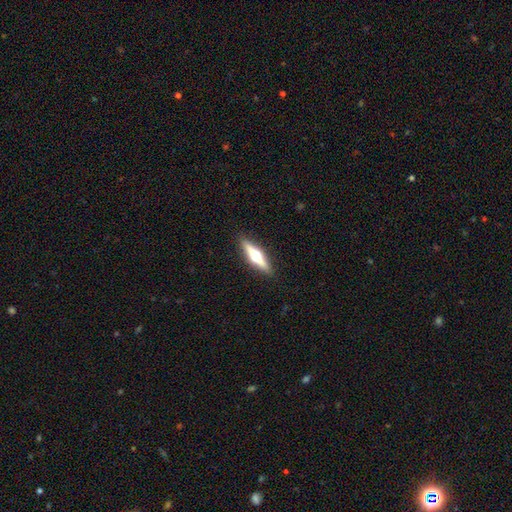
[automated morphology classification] featured or disk 66%, smooth 28%, star or artifact 5%. Down the decision tree: edge-on disk — yes (97%); edge-on bulge — rounded (96%); merging — none (91%).